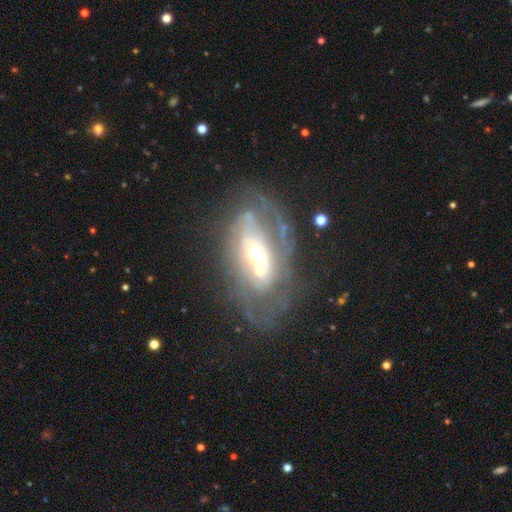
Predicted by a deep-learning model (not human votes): Morphology: type=featured or disk (76%); edge-on=no (94%); bar=no (69%); spiral arms=yes (69%); bulge=moderate (58%); merging=none (42%).